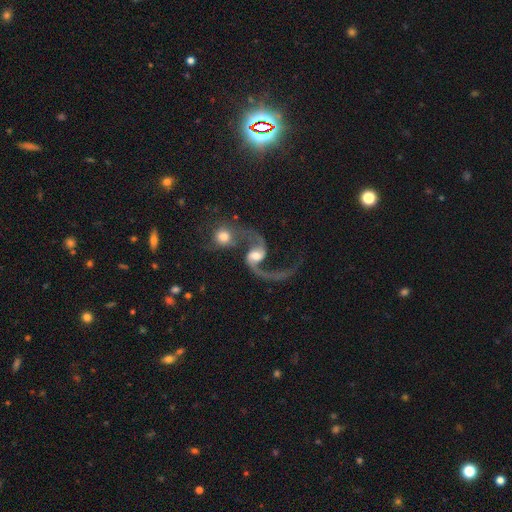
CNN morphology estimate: Smooth or featured? featured or disk (87%)
Edge-on disk? no (97%)
Bar? weak (41%)
Spiral arms? yes (96%)
Spiral winding? loose (83%)
Spiral arm count? 2 (89%)
Bulge size? moderate (58%)
Merging? merger (50%)